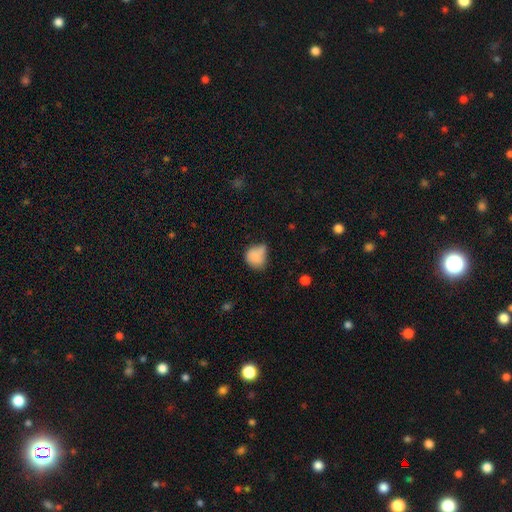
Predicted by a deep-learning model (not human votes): Q: Smooth or featured?
A: smooth (79%); runner-up: featured or disk (11%)
Q: How rounded?
A: round (56%); runner-up: in between (43%)
Q: Merging?
A: minor disturbance (43%); runner-up: none (33%)